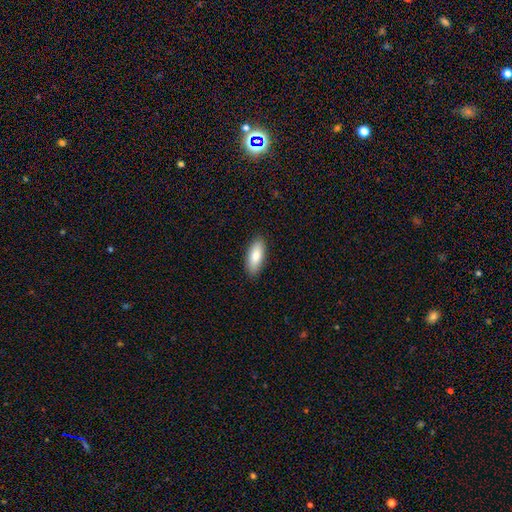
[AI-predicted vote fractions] This appears to be a smooth galaxy with no disk features (81%) that is in between round and cigar-shaped (77%). Merging: none (89%).